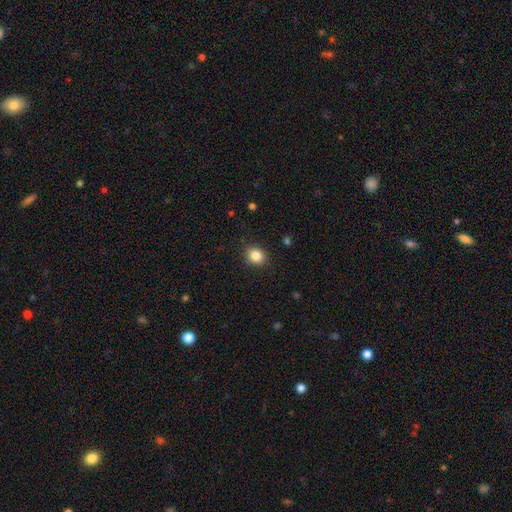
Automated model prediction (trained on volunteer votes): This is clearly a smooth galaxy (85%). How rounded: possibly round (54%). Merging: clearly none (89%).